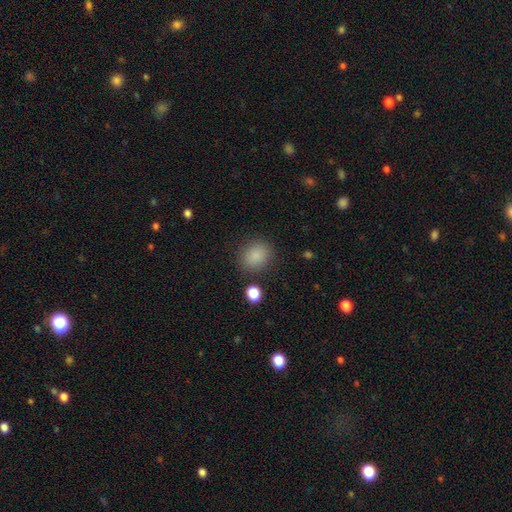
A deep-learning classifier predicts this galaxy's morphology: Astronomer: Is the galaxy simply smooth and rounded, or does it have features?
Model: smooth — 86%.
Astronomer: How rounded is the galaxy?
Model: round — 62%.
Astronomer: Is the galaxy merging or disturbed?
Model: none — 84%.